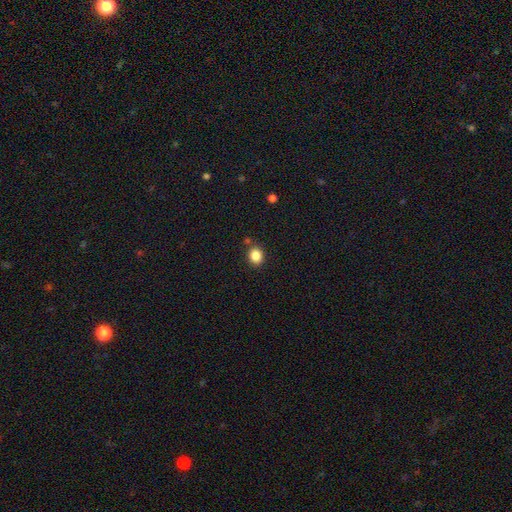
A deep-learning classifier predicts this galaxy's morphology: Q: Smooth or featured?
A: smooth (85%); runner-up: star or artifact (11%)
Q: How rounded?
A: round (67%); runner-up: in between (33%)
Q: Merging?
A: none (81%); runner-up: minor disturbance (10%)